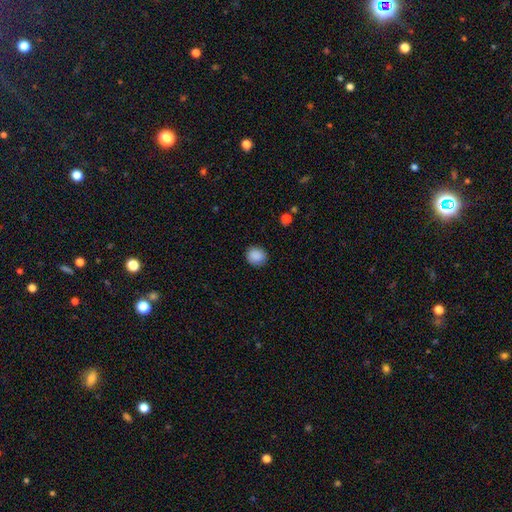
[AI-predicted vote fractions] The model was most divided on "how rounded": round: 85%, in between: 14%, cigar-shaped: 1%. More confident: merging — none (89%); smooth or featured — smooth (89%).